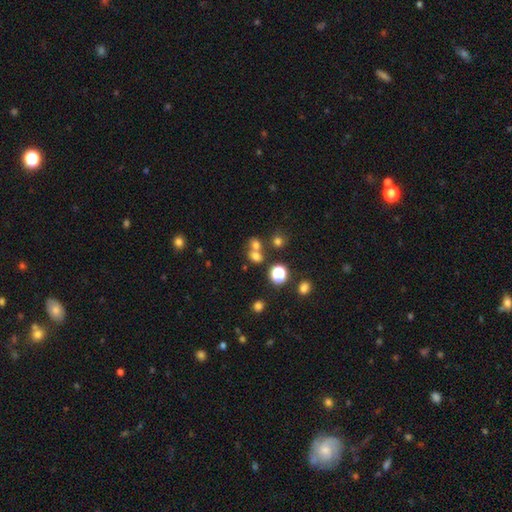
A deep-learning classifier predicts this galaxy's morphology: Smooth or featured: smooth — 65% (star or artifact — 25%)
How rounded: round — 61% (in between — 38%)
Merging: none — 45% (merger — 42%)